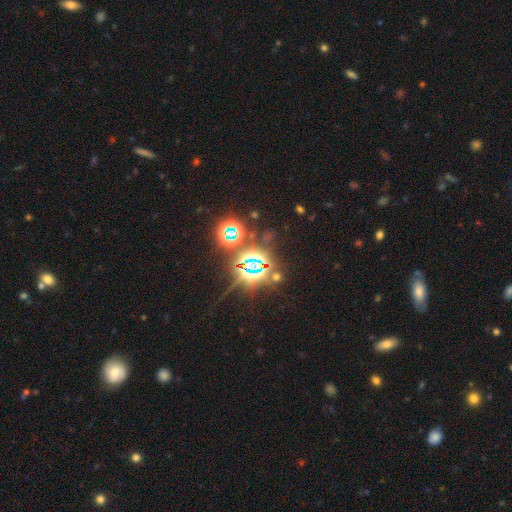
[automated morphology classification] star or artifact 81%, smooth 12%, featured or disk 7%.